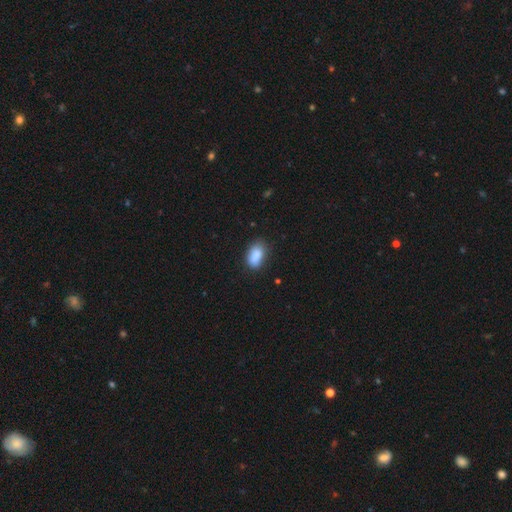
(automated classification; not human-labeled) The model was most divided on "merging": none: 72%, minor disturbance: 22%, major disturbance: 4%, merger: 2%. More confident: how rounded — in between (91%); smooth or featured — smooth (87%).